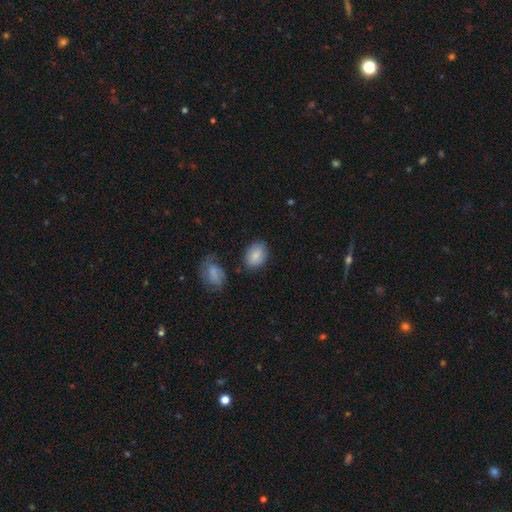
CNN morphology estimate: Smooth or featured?
  - smooth: 86% *
  - featured or disk: 7%
  - star or artifact: 7%
How rounded?
  - in between: 74% *
  - round: 25%
  - cigar-shaped: 1%
Merging?
  - none: 77% *
  - minor disturbance: 15%
  - merger: 4%
  - major disturbance: 4%